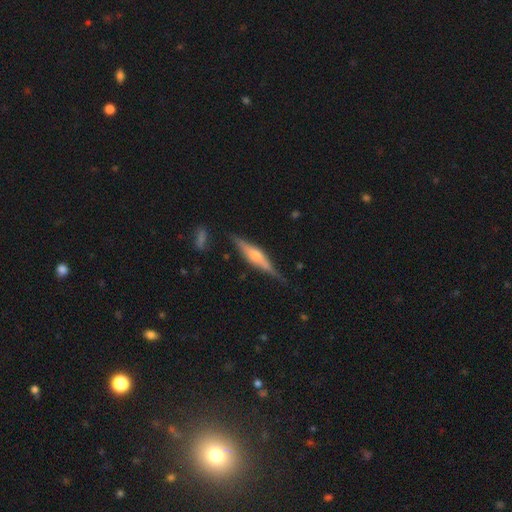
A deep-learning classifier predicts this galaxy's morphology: smooth-or-featured: featured or disk: 74% | smooth: 20% | star or artifact: 6%
  disk-edge-on: yes: 96% | no: 4%
    edge-on-bulge: rounded: 77% | boxy: 18% | none: 5%
  merging: none: 80% | minor disturbance: 15% | major disturbance: 3% | merger: 2%